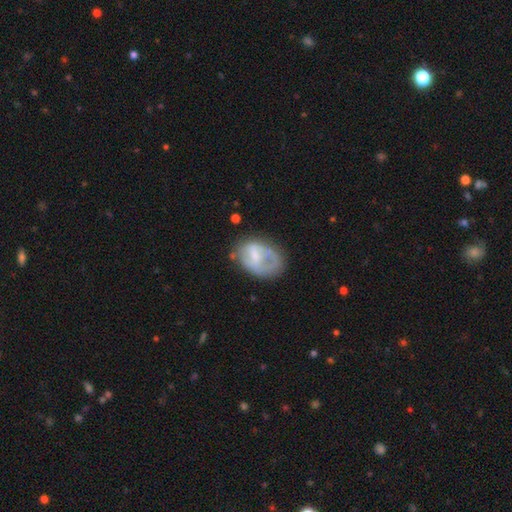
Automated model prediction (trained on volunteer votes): smooth_or_featured: featured or disk (p=0.50) [alt: smooth p=0.43]
merging: none (p=0.41) [alt: minor disturbance p=0.29]